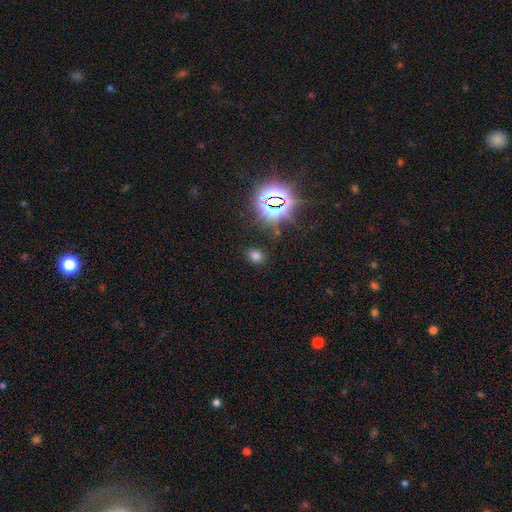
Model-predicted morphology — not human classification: smooth 66%, star or artifact 28%, featured or disk 6%. Down the decision tree: how rounded — in between (54%); merging — none (84%).